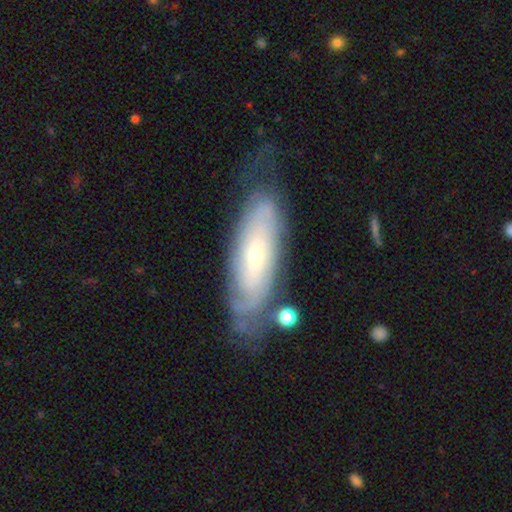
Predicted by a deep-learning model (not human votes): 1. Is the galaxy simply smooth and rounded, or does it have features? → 69% featured or disk, 25% smooth, 6% star or artifact.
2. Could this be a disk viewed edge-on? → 81% no, 19% yes.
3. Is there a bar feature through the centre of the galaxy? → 67% no, 25% weak, 8% strong.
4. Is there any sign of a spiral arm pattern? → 84% yes, 16% no.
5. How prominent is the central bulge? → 63% small, 32% moderate, 2% large, 1% none, 1% dominant.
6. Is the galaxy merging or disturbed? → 63% none, 23% minor disturbance, 11% major disturbance, 3% merger.